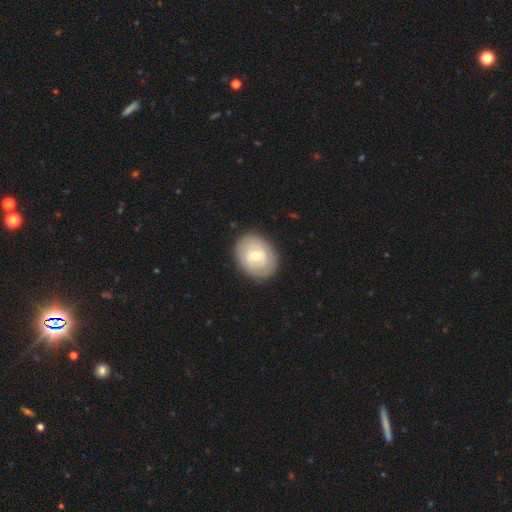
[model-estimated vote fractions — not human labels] This appears to be a featured or disk galaxy (51%). Merging: none (85%).